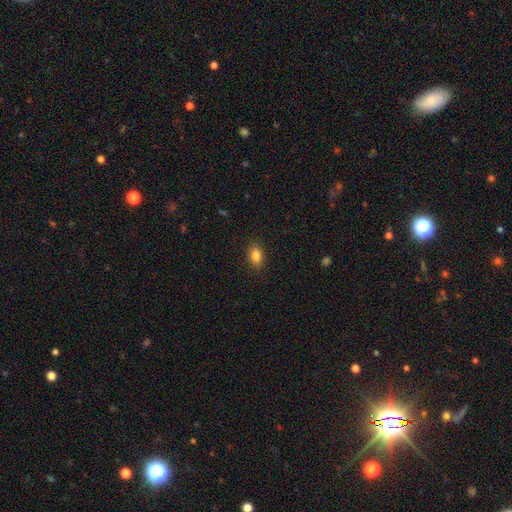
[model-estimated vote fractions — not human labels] Smooth or featured: smooth — 84% (star or artifact — 9%)
How rounded: in between — 85% (round — 12%)
Merging: none — 88% (minor disturbance — 9%)